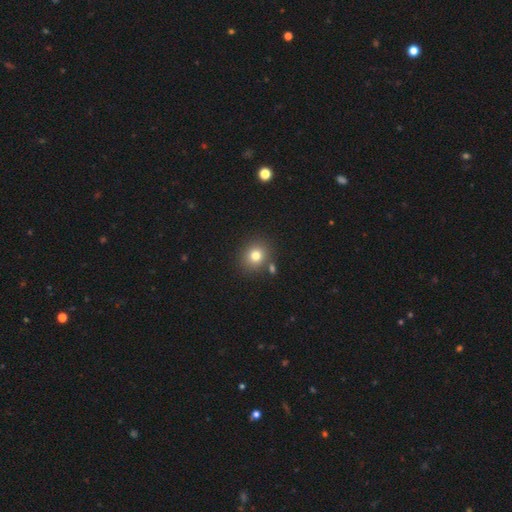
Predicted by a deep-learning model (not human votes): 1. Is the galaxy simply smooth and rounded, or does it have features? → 78% smooth, 14% star or artifact, 9% featured or disk.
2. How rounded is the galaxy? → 79% round, 20% in between, 1% cigar-shaped.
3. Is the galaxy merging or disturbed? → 79% none, 9% merger, 9% minor disturbance, 3% major disturbance.